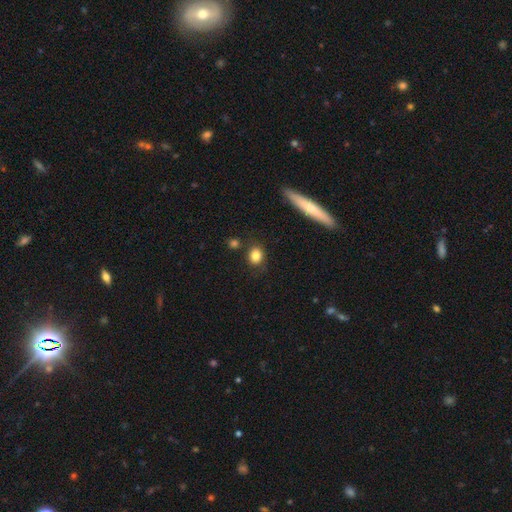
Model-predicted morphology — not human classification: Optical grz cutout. It shows a smooth galaxy with no disk features (83%) that is round (64%). Merging: none (81%).